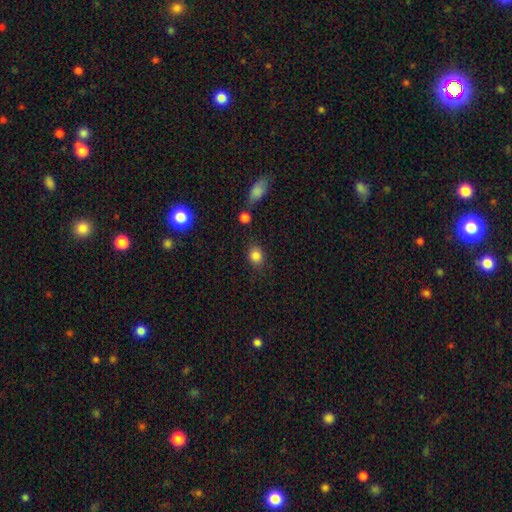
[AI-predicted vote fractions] The model was most divided on "how rounded": round: 65%, in between: 34%, cigar-shaped: 1%. More confident: smooth or featured — smooth (84%); merging — none (81%).